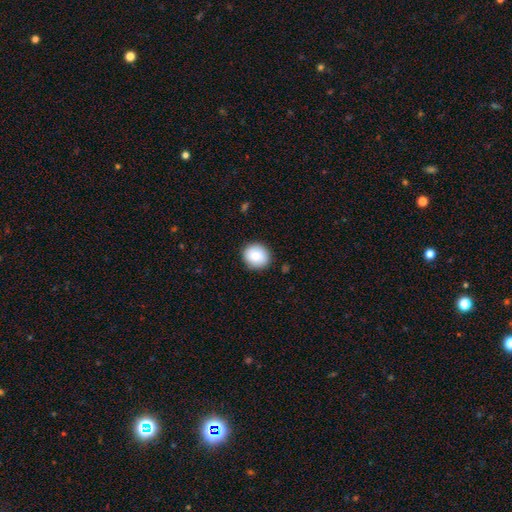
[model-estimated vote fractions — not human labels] smooth 83%, featured or disk 9%, star or artifact 8%. Down the decision tree: how rounded — round (86%); merging — none (88%).